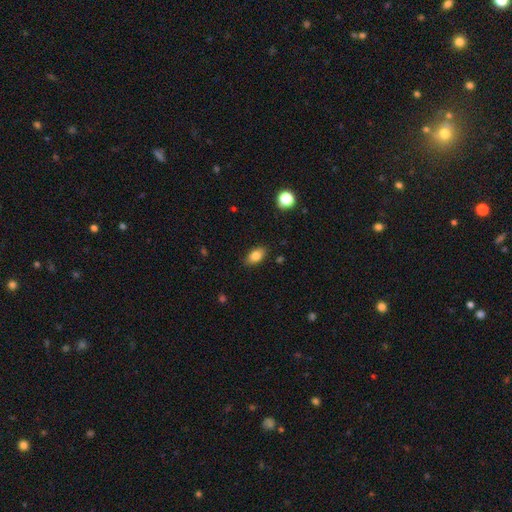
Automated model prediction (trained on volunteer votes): The model was most divided on "smooth or featured": smooth: 82%, featured or disk: 10%, star or artifact: 9%. More confident: how rounded — in between (89%); merging — none (87%).